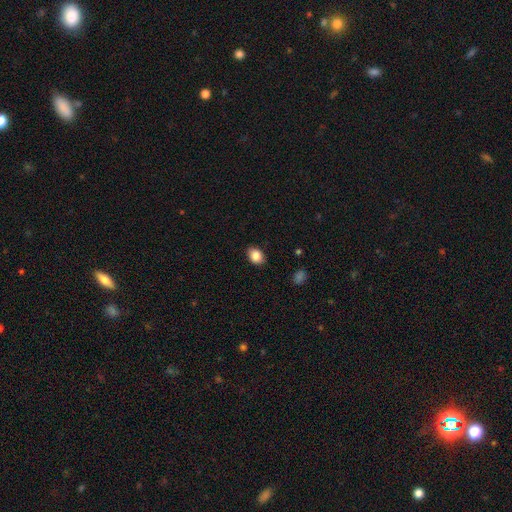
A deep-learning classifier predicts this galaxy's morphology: A smooth galaxy with no disk features (85%) that is in between round and cigar-shaped (71%). Merging: none (87%).